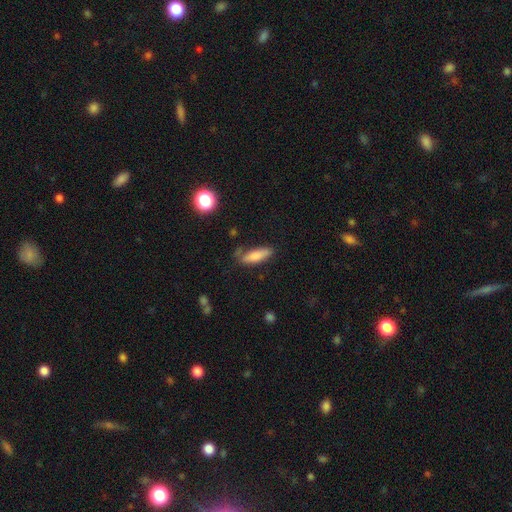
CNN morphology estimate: A smooth galaxy with no disk features (80%) that is cigar-shaped (53%). Merging: none (64%).